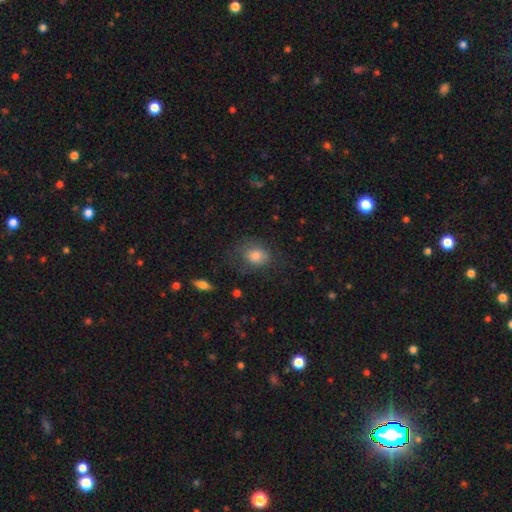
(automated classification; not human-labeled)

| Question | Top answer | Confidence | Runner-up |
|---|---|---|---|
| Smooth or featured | smooth | 75% | featured or disk (14%) |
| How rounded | in between | 61% | round (38%) |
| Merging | none | 59% | minor disturbance (24%) |